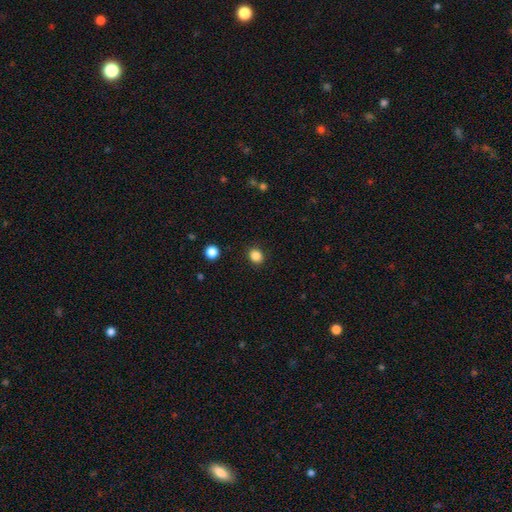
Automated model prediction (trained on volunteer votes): Smooth or featured? smooth (86%)
How rounded? round (66%)
Merging? none (89%)